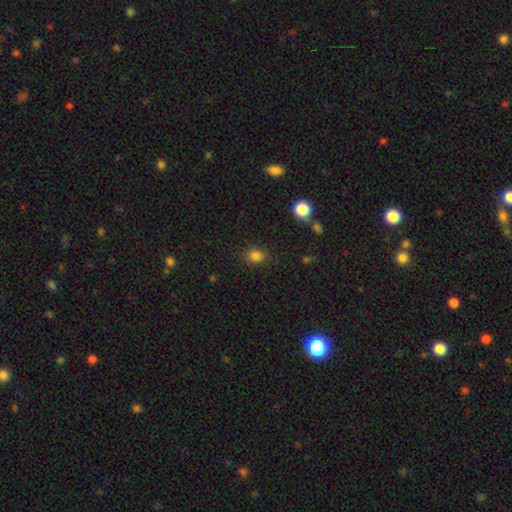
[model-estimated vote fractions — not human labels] This is clearly a smooth galaxy (82%). How rounded: possibly round (56%). Merging: clearly none (83%).